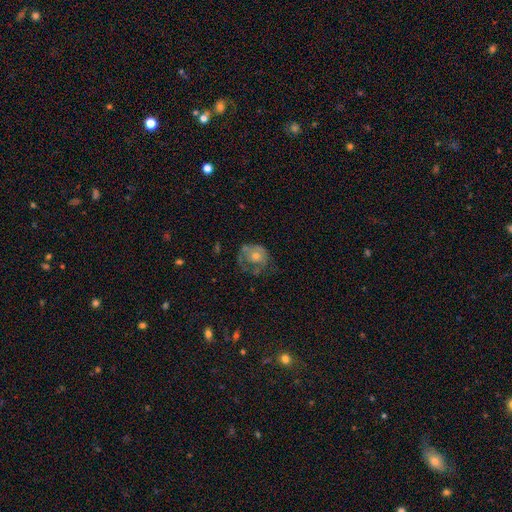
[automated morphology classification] The model was most divided on "spiral arms": no: 51%, yes: 49%. Remaining: edge-on disk — no (97%); bar — no (86%); bulge size — moderate (56%); smooth or featured — featured or disk (52%); merging — none (47%).